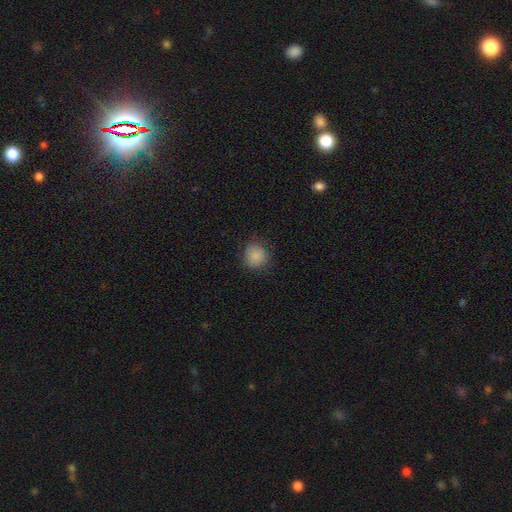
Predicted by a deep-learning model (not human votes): Morphology: type=smooth (85%); roundness=round (87%); merging=none (81%).